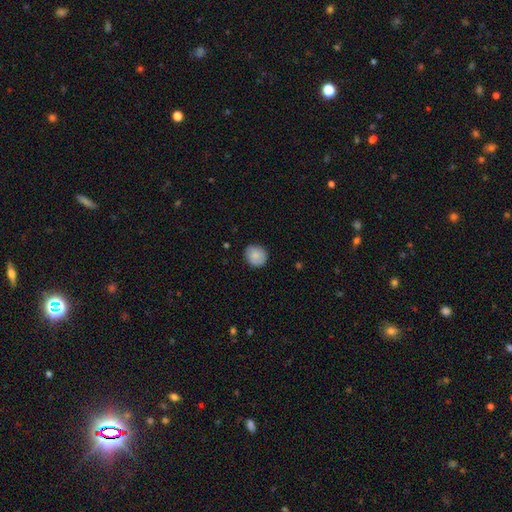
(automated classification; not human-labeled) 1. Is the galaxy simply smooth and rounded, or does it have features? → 84% smooth, 9% featured or disk, 7% star or artifact.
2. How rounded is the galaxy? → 85% round, 14% in between, 1% cigar-shaped.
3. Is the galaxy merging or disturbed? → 85% none, 12% minor disturbance, 2% major disturbance, 1% merger.